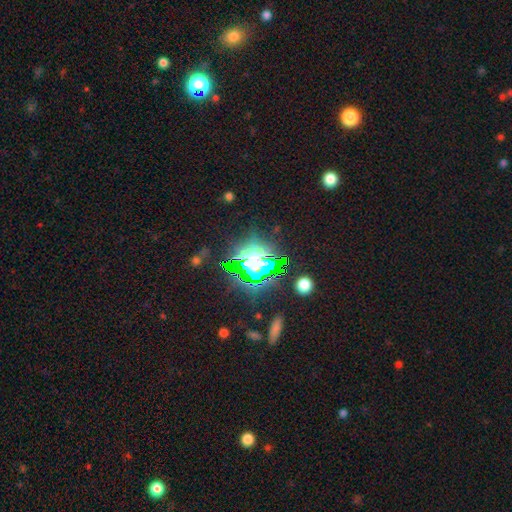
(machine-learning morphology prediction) This is likely a star or artifact rather than a galaxy (72%).